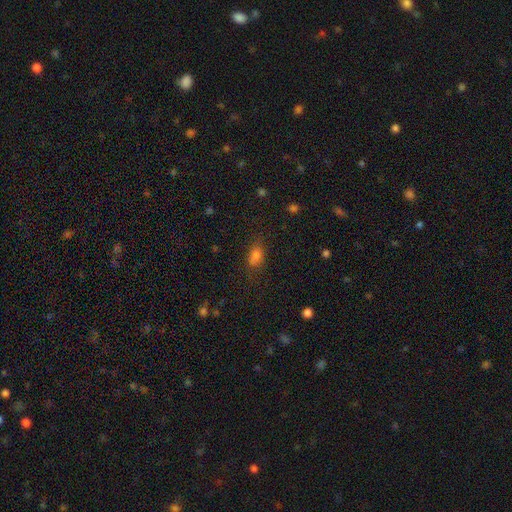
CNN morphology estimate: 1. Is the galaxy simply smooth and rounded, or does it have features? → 72% smooth, 17% star or artifact, 11% featured or disk.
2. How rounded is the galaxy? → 74% in between, 20% round, 6% cigar-shaped.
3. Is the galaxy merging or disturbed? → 65% none, 20% minor disturbance, 8% merger, 7% major disturbance.